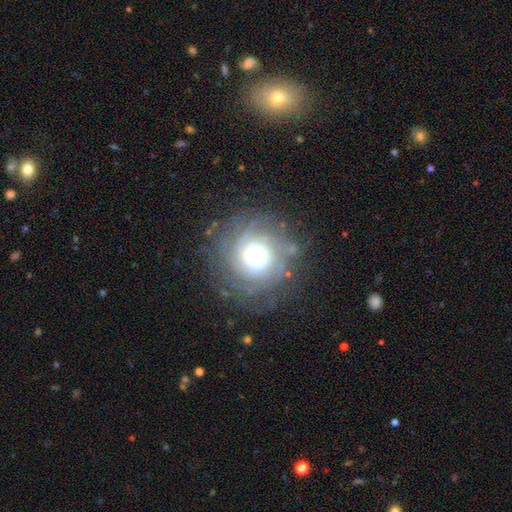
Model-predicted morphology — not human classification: Q: Smooth or featured?
A: featured or disk (73%); runner-up: smooth (17%)
Q: Edge-on disk?
A: no (97%); runner-up: yes (3%)
Q: Bar?
A: no (79%); runner-up: weak (17%)
Q: Spiral arms?
A: yes (90%); runner-up: no (10%)
Q: Spiral winding?
A: tight (68%); runner-up: medium (24%)
Q: Spiral arm count?
A: can't tell (39%); runner-up: 3 (17%)
Q: Bulge size?
A: large (46%); runner-up: moderate (41%)
Q: Merging?
A: none (76%); runner-up: minor disturbance (14%)